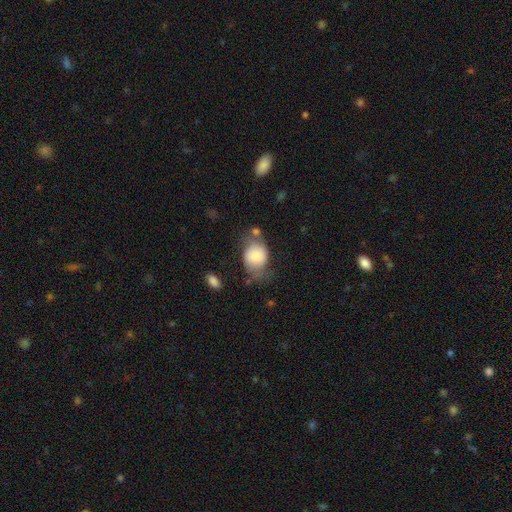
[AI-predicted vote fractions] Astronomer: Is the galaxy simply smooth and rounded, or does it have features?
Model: smooth — 69%.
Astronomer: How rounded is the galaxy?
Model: in between — 59% (runner-up: round, 40%).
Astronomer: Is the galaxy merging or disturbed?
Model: none — 40% (runner-up: minor disturbance, 32%).